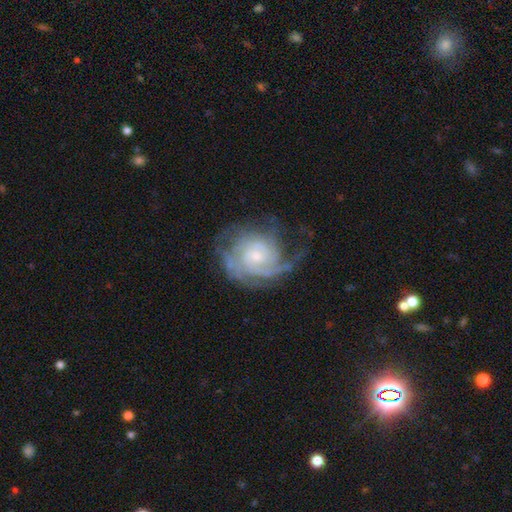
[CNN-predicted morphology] featured or disk 86%, smooth 8%, star or artifact 6%. Down the decision tree: edge-on disk — no (98%); bar — no (71%); spiral arms — yes (95%); spiral arm count — can't tell (34%); spiral winding — tight (60%); bulge size — small (64%); merging — none (58%).